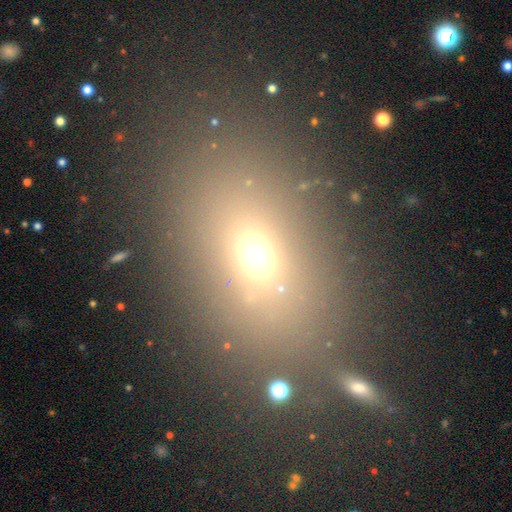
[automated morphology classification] Smooth or featured: smooth — 63% (star or artifact — 23%)
How rounded: in between — 66% (round — 30%)
Merging: none — 73% (minor disturbance — 11%)